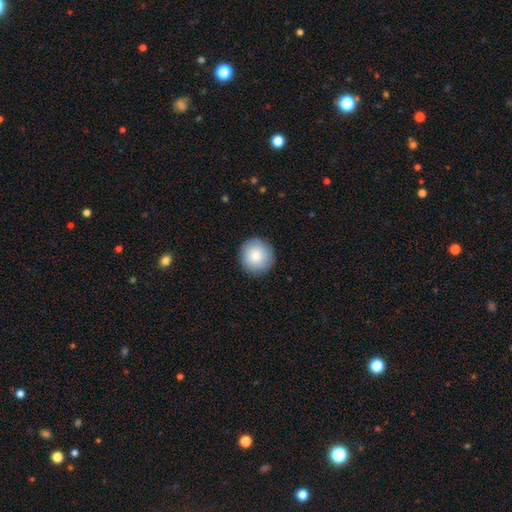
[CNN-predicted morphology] smooth_or_featured: smooth (p=0.82) [alt: featured or disk p=0.11]
how_rounded: round (p=0.93) [alt: in between p=0.06]
merging: none (p=0.89) [alt: minor disturbance p=0.08]